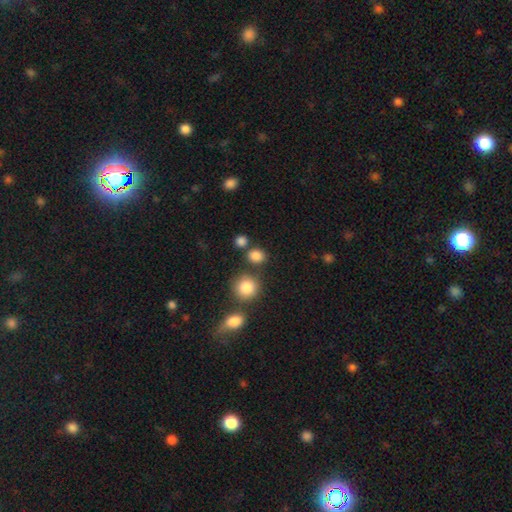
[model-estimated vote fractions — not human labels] This appears to be a smooth galaxy with no disk features (84%) that is round (72%). Merging: none (72%).